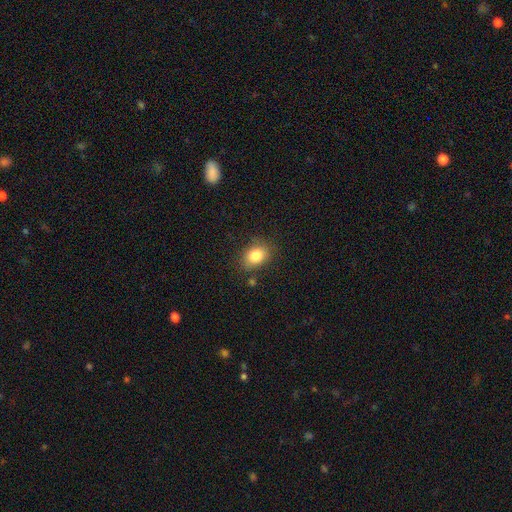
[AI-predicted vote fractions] Smooth or featured? Predicted: smooth (p=0.82). How rounded? Predicted: in between (p=0.66). Merging? Predicted: none (p=0.79).